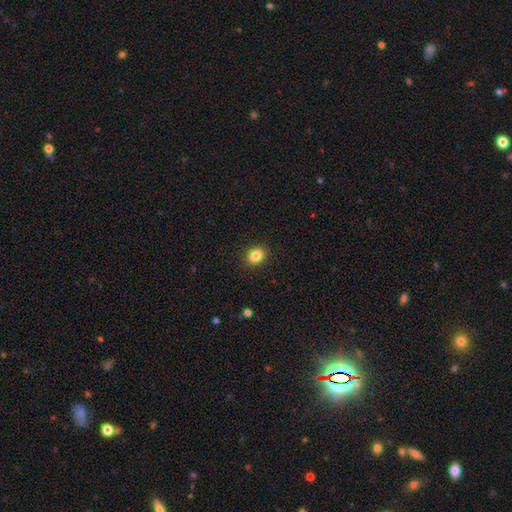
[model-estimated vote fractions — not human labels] Morphology: type=smooth (85%); roundness=in between (58%); merging=none (90%).